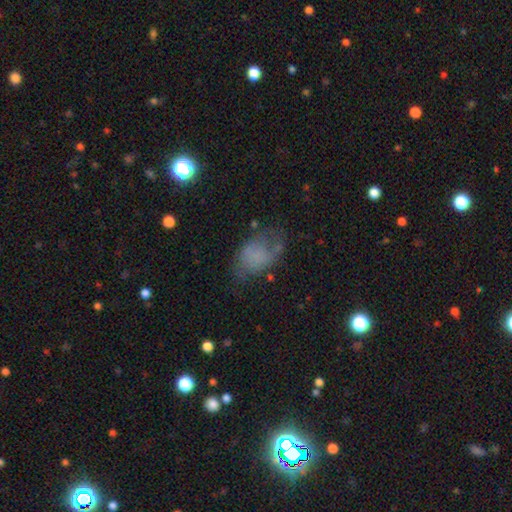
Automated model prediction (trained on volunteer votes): smooth_or_featured: smooth (p=0.54) [alt: featured or disk p=0.32]
how_rounded: in between (p=0.83) [alt: round p=0.16]
merging: none (p=0.44) [alt: minor disturbance p=0.27]